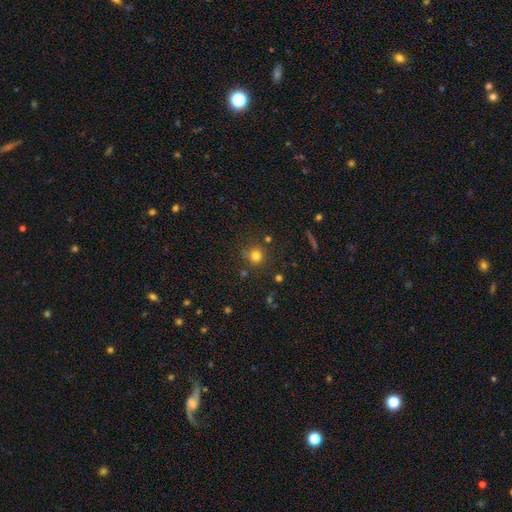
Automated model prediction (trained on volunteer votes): Smooth or featured? smooth (77%)
How rounded? round (90%)
Merging? none (80%)